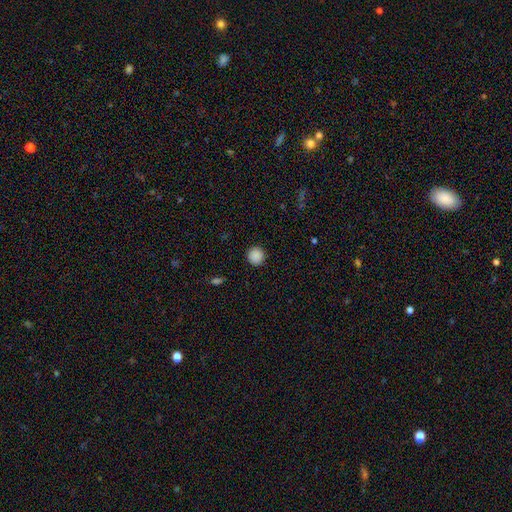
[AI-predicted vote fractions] Smooth or featured? smooth (88%)
How rounded? round (93%)
Merging? none (91%)